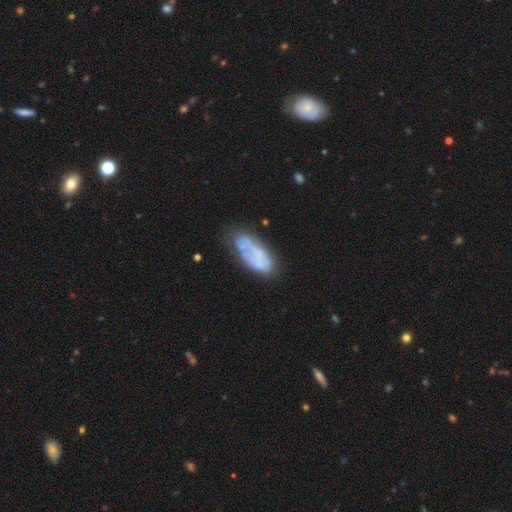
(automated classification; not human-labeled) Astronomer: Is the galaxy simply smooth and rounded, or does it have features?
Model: featured or disk — 48% (runner-up: smooth, 44%).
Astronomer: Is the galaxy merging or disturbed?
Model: none — 53%.